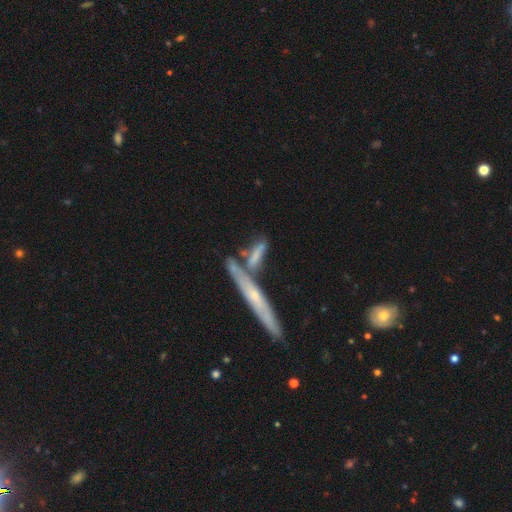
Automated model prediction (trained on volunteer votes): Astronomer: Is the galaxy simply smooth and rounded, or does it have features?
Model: smooth — 57% (runner-up: featured or disk, 35%).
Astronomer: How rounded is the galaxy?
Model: cigar-shaped — 72%.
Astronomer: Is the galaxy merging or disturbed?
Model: none — 43% (runner-up: merger, 34%).